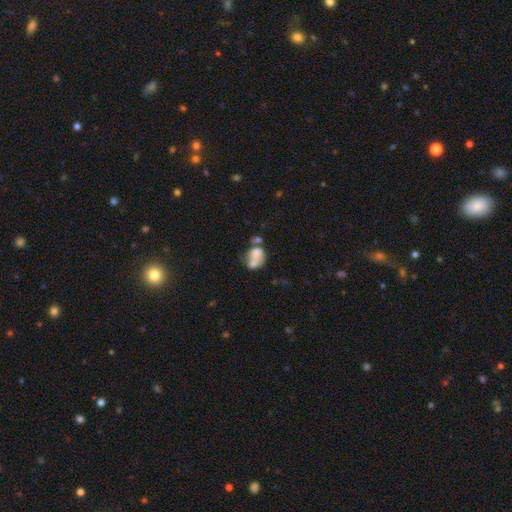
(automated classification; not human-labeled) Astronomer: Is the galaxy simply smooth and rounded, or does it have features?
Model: smooth — 56% (runner-up: featured or disk, 33%).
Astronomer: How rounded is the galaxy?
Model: in between — 62%.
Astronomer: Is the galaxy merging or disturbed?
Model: merger — 52%.